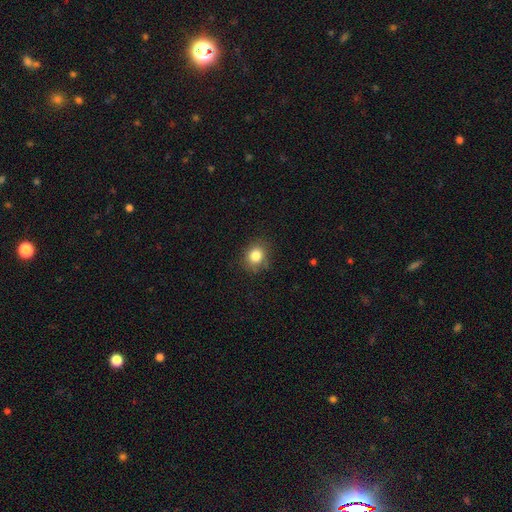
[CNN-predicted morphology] This appears to be a smooth galaxy with no disk features (83%) that is round (72%). Merging: none (81%).